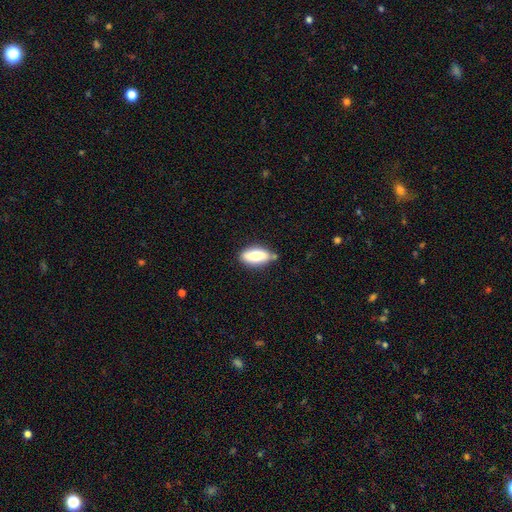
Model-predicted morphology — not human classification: smooth_or_featured: smooth (p=0.70) [alt: featured or disk p=0.23]
how_rounded: in between (p=0.84) [alt: cigar-shaped p=0.12]
merging: none (p=0.74) [alt: minor disturbance p=0.18]